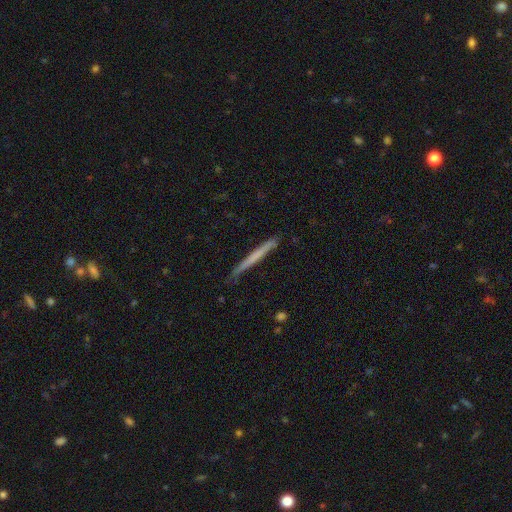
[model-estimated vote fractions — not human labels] smooth 53%, featured or disk 41%, star or artifact 5%. Down the decision tree: how rounded — cigar-shaped (97%); merging — none (86%).